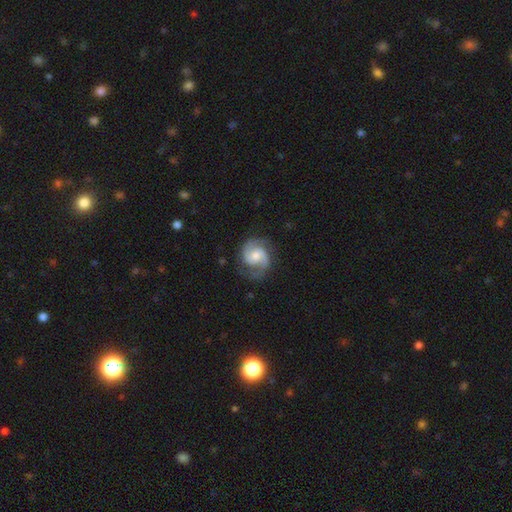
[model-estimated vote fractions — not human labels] The model was most divided on "bar": no: 53%, weak: 39%, strong: 8%. More confident: edge-on disk — no (98%); spiral arms — yes (97%); spiral arm count — 2 (89%); smooth or featured — featured or disk (84%); merging — none (74%); bulge size — moderate (58%); spiral winding — medium (54%).